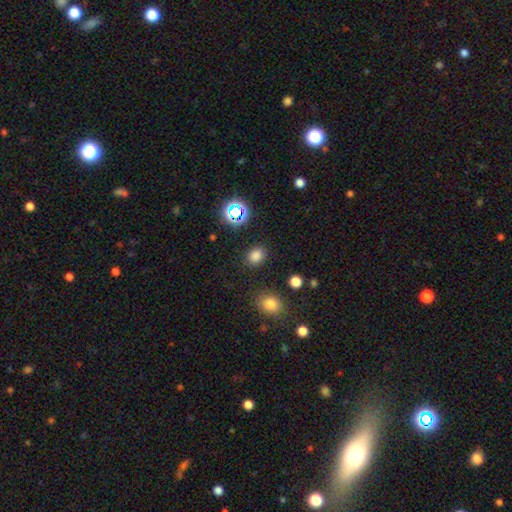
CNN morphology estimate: Smooth or featured? Predicted: smooth (p=0.78). How rounded? Predicted: round (p=0.54). Merging? Predicted: none (p=0.85).